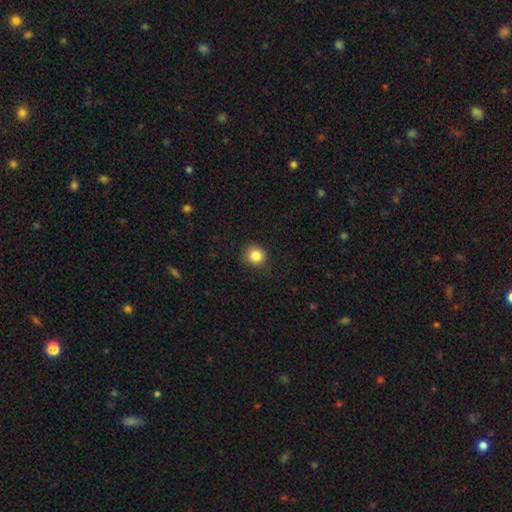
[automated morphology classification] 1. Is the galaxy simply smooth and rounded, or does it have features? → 85% smooth, 10% star or artifact, 5% featured or disk.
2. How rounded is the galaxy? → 90% round, 9% in between, 1% cigar-shaped.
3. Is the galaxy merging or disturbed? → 84% none, 12% minor disturbance, 3% major disturbance, 1% merger.